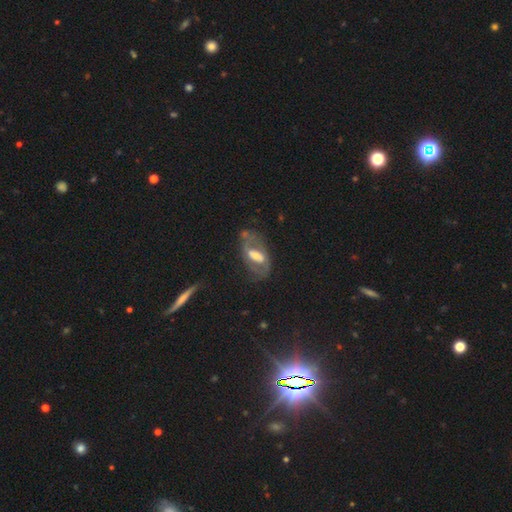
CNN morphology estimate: Smooth or featured: featured or disk — 69% (smooth — 23%)
Edge-on disk: no — 89% (yes — 11%)
Bar: weak — 39% (strong — 36%)
Spiral arms: yes — 62% (no — 38%)
Bulge size: moderate — 46% (large — 27%)
Merging: none — 57% (minor disturbance — 21%)